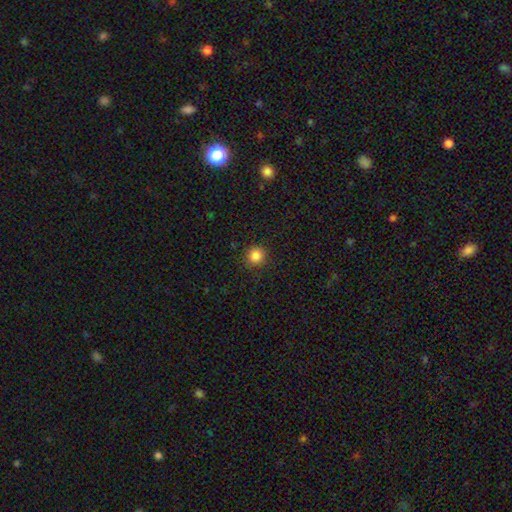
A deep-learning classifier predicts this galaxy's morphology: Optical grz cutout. It shows a smooth galaxy with no disk features (85%) that is round (93%). Merging: none (90%).